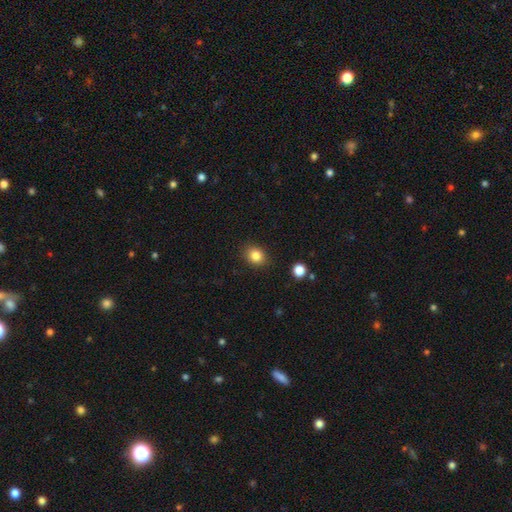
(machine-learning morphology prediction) A smooth galaxy with no disk features (84%) that is round (61%). Merging: none (88%).